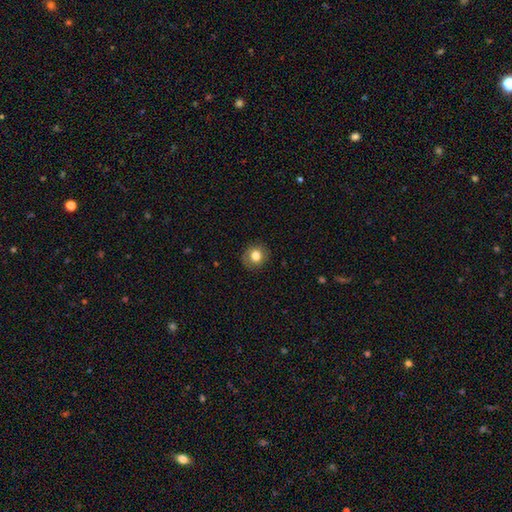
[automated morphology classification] Smooth or featured?
  - smooth: 78% *
  - featured or disk: 12%
  - star or artifact: 10%
How rounded?
  - round: 85% *
  - in between: 14%
  - cigar-shaped: 1%
Merging?
  - none: 86% *
  - minor disturbance: 10%
  - major disturbance: 3%
  - merger: 1%